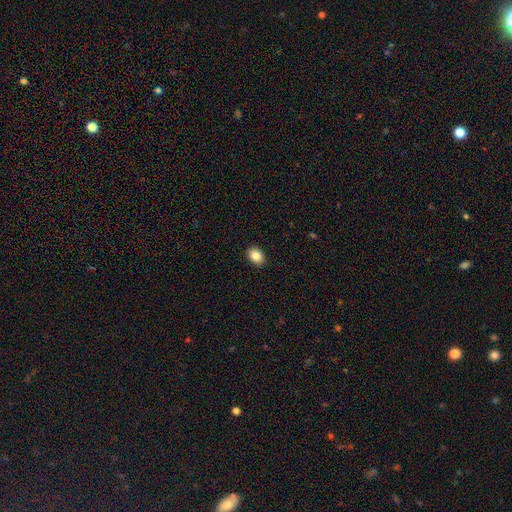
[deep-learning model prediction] Overall: smooth (85%). How rounded: in between (73%). Merging: none (90%).